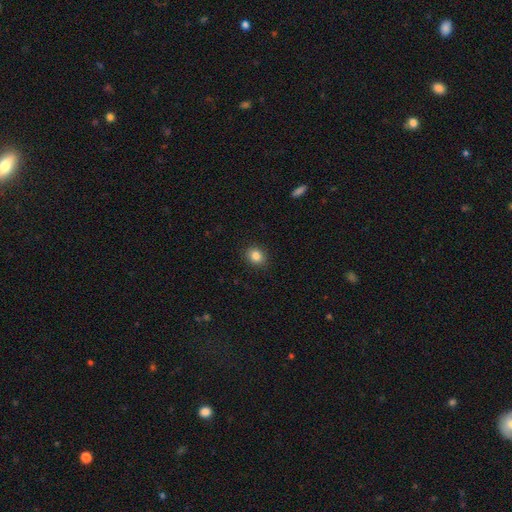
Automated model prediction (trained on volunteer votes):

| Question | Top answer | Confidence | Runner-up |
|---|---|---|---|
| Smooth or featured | smooth | 84% | star or artifact (10%) |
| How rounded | round | 54% | in between (45%) |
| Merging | none | 90% | minor disturbance (7%) |